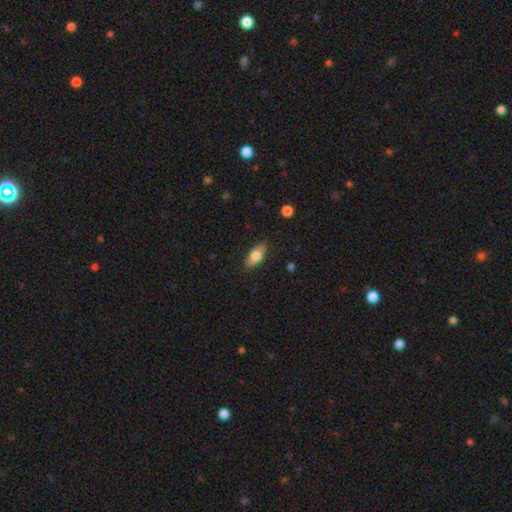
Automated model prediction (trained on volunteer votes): Smooth or featured? smooth (75%)
How rounded? in between (88%)
Merging? none (83%)